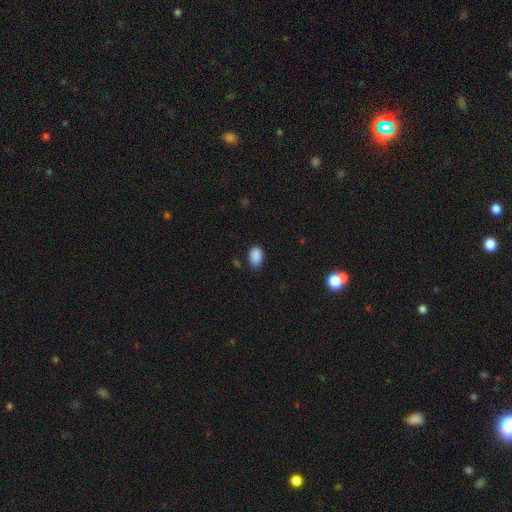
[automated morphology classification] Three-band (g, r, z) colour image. It shows a smooth galaxy with no disk features (89%) that is in between round and cigar-shaped (86%). Merging: none (76%).